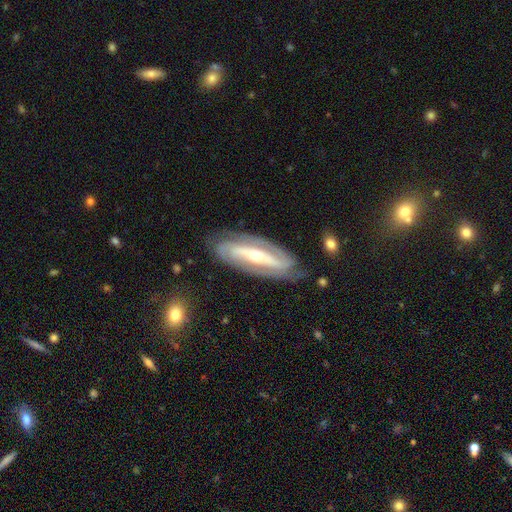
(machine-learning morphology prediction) Smooth or featured?
  - featured or disk: 88% *
  - smooth: 8%
  - star or artifact: 5%
Edge-on disk?
  - no: 88% *
  - yes: 12%
Bar?
  - strong: 61% *
  - no: 20%
  - weak: 19%
Spiral arms?
  - yes: 93% *
  - no: 7%
Spiral winding?
  - tight: 51% *
  - medium: 37%
  - loose: 13%
Spiral arm count?
  - 2: 83% *
  - can't tell: 8%
  - 3: 4%
  - 1: 2%
  - 4: 1%
  - more than 4: 1%
Bulge size?
  - moderate: 48% *
  - small: 47%
  - large: 3%
  - dominant: 1%
  - none: 1%
Merging?
  - none: 80% *
  - minor disturbance: 14%
  - major disturbance: 5%
  - merger: 1%